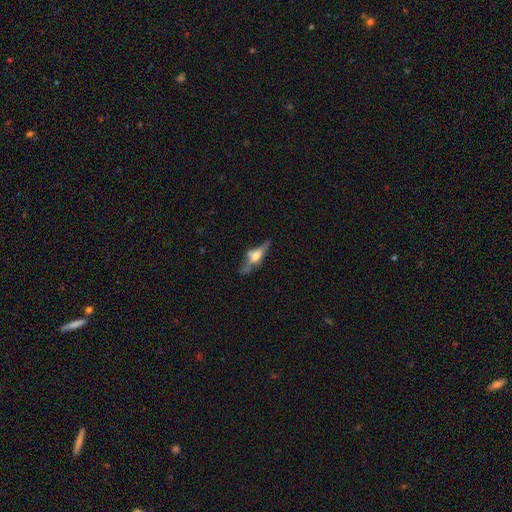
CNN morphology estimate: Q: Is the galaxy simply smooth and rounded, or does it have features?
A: featured or disk — 56%.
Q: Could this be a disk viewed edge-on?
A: yes — 81%.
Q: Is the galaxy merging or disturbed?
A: none — 53%.